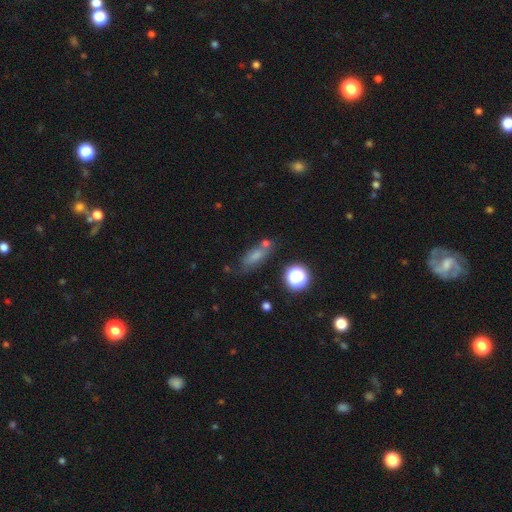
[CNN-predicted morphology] Smooth or featured: smooth — 67% (star or artifact — 18%)
How rounded: in between — 58% (cigar-shaped — 31%)
Merging: none — 60% (minor disturbance — 19%)